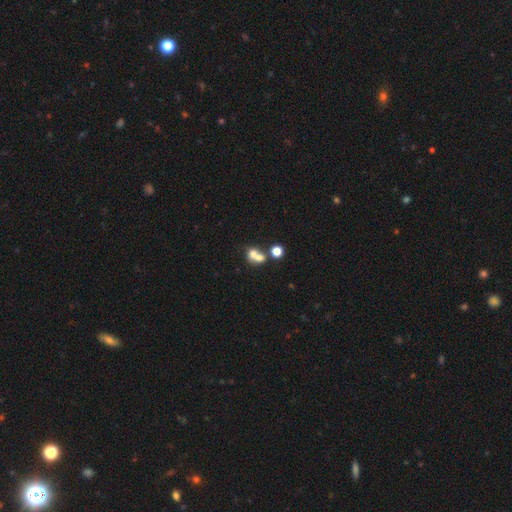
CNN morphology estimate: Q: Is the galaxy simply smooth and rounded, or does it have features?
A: smooth — 65%.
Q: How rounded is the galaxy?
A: round — 62%.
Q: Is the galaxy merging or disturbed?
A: merger — 64%.